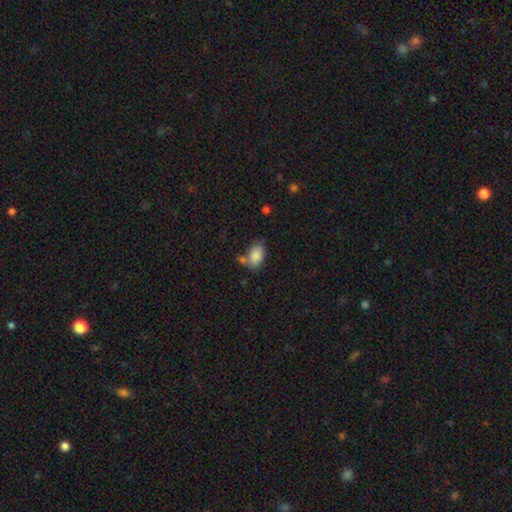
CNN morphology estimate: This appears to be a smooth galaxy with no disk features (84%) that is in between round and cigar-shaped (88%). Merging: none (54%).